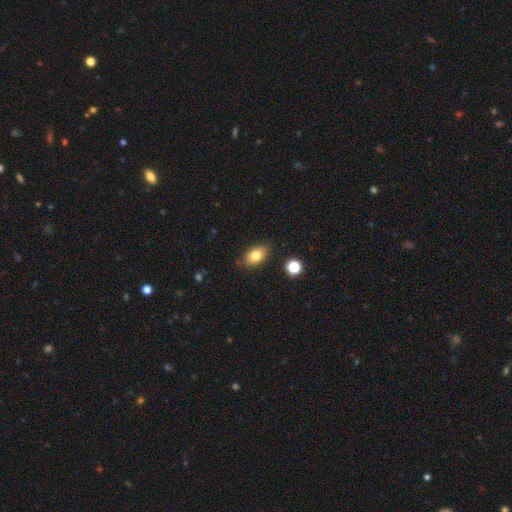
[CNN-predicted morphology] smooth_or_featured: smooth (p=0.80) [alt: featured or disk p=0.10]
how_rounded: in between (p=0.85) [alt: round p=0.14]
merging: none (p=0.83) [alt: minor disturbance p=0.12]